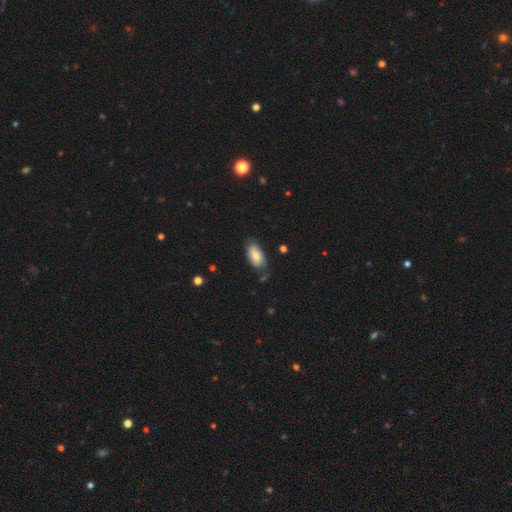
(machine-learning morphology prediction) smooth 68%, featured or disk 26%, star or artifact 7%. Down the decision tree: how rounded — in between (93%); merging — none (66%).